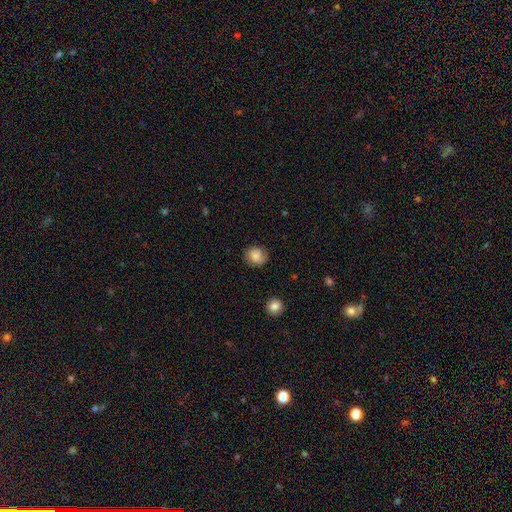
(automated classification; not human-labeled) This appears to be a smooth galaxy with no disk features (76%) that is round (77%). Merging: none (73%).